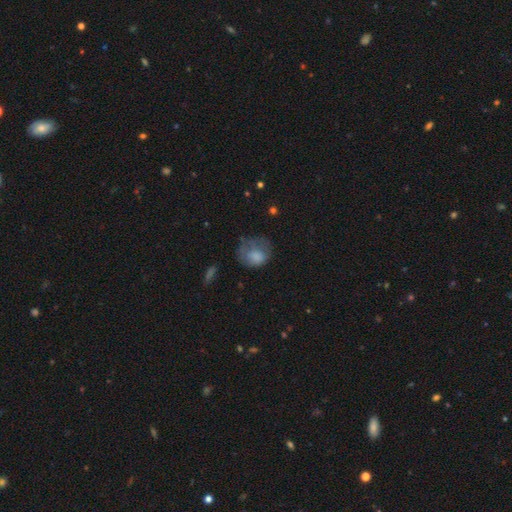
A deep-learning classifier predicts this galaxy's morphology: This appears to be a smooth galaxy with no disk features (71%) that is round (61%). Merging: none (36%).